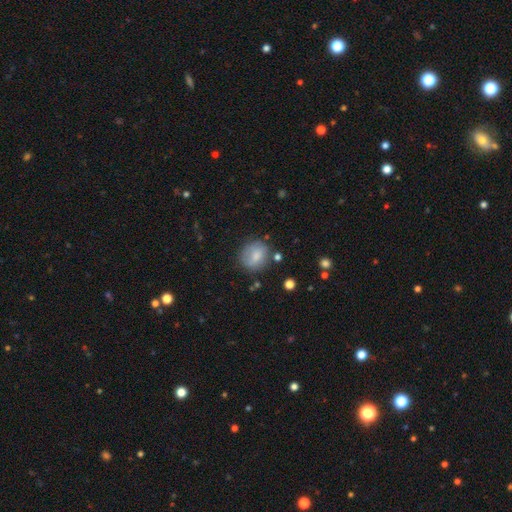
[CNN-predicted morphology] The model was most divided on "merging": none: 67%, minor disturbance: 21%, major disturbance: 8%, merger: 4%. More confident: how rounded — round (74%); smooth or featured — smooth (70%).